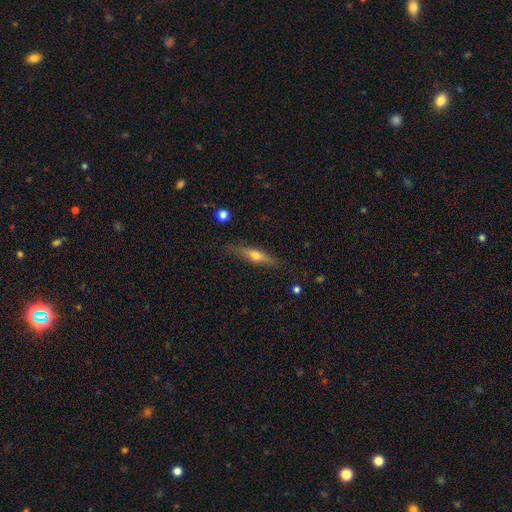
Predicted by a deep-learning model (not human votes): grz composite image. It shows a featured or disk galaxy (47%). Merging: none (80%).